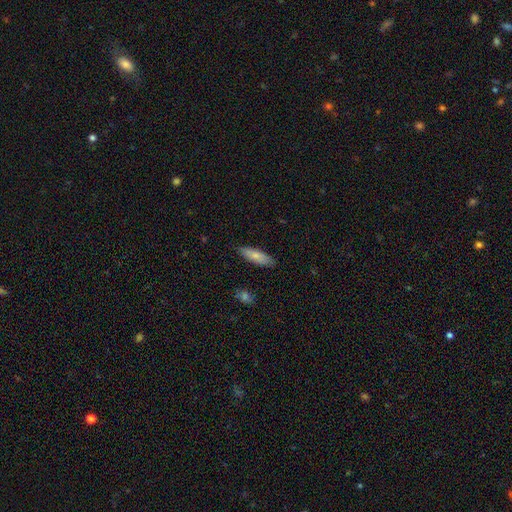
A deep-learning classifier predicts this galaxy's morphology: Smooth or featured? smooth (76%)
How rounded? cigar-shaped (51%)
Merging? none (83%)